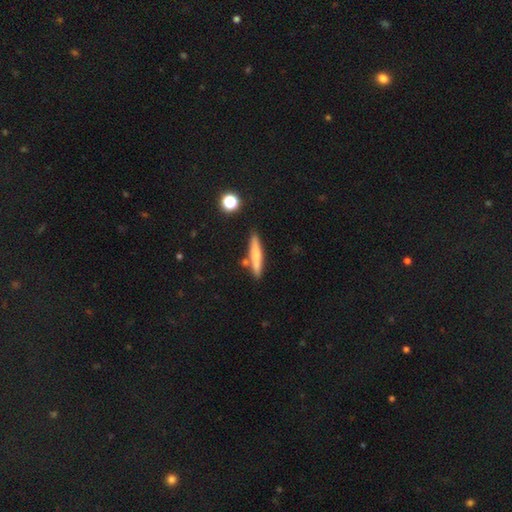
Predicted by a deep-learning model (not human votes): smooth 67%, featured or disk 26%, star or artifact 7%. Down the decision tree: how rounded — cigar-shaped (89%); merging — none (79%).